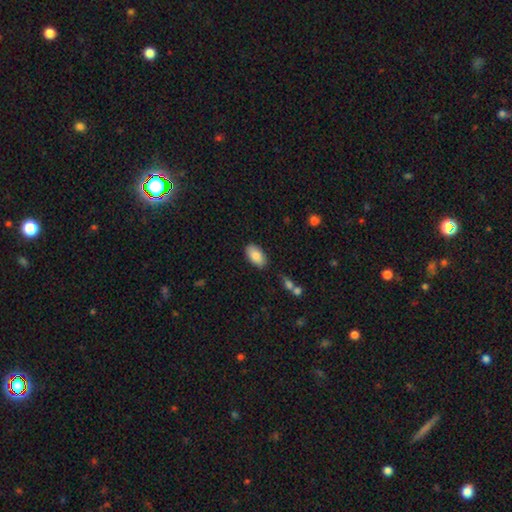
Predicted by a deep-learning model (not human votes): A smooth galaxy with no disk features (84%) that is in between round and cigar-shaped (94%). Merging: none (84%).